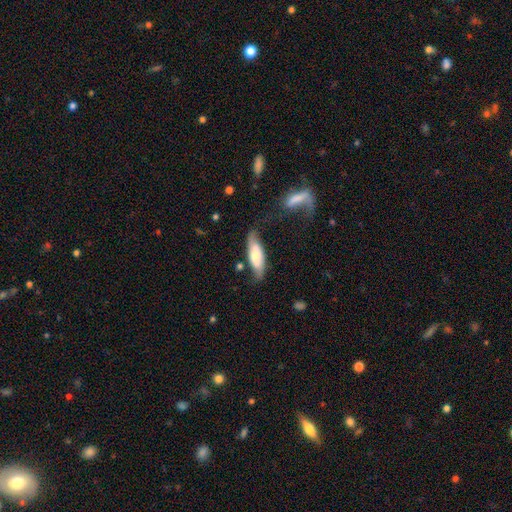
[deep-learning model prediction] Smooth or featured: smooth — 60% (featured or disk — 34%)
How rounded: in between — 58% (cigar-shaped — 40%)
Merging: none — 62% (minor disturbance — 25%)